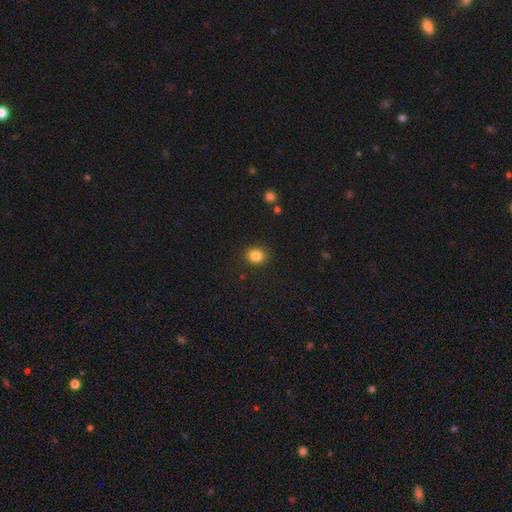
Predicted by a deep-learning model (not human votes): A smooth galaxy with no disk features (85%) that is round (76%).

Vote fractions:
- Smooth or featured? smooth: 85% / star or artifact: 11% / featured or disk: 4%
- How rounded? round: 76% / in between: 23% / cigar-shaped: 1%
- Merging? none: 89% / minor disturbance: 7% / major disturbance: 2% / merger: 1%